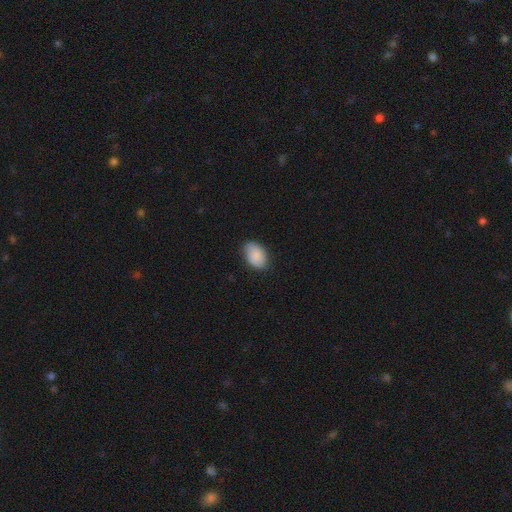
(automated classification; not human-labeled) The model was most divided on "merging": none: 78%, minor disturbance: 18%, major disturbance: 3%, merger: 1%. More confident: how rounded — in between (88%); smooth or featured — smooth (86%).